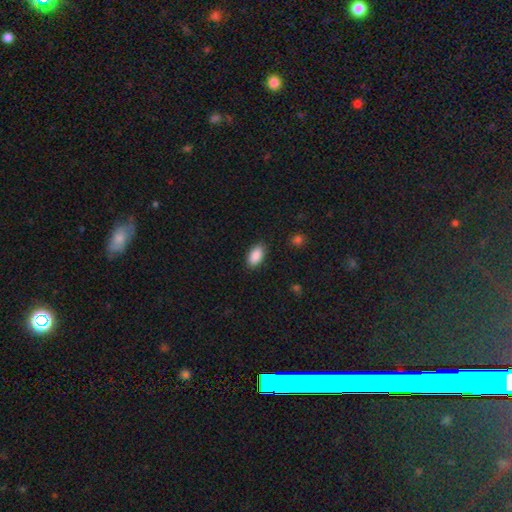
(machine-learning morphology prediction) A smooth galaxy with no disk features (90%) that is in between round and cigar-shaped (93%).

Vote fractions:
- Smooth or featured? smooth: 90% / star or artifact: 7% / featured or disk: 3%
- How rounded? in between: 93% / round: 4% / cigar-shaped: 3%
- Merging? none: 86% / minor disturbance: 10% / major disturbance: 3% / merger: 1%